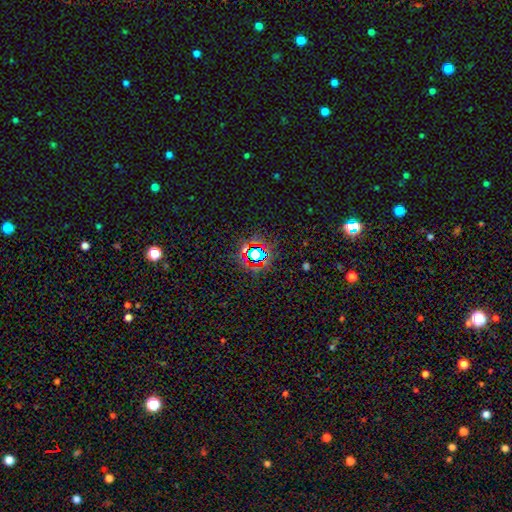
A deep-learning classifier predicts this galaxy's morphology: The model was most divided on "smooth or featured": star or artifact: 69%, smooth: 20%, featured or disk: 11%.